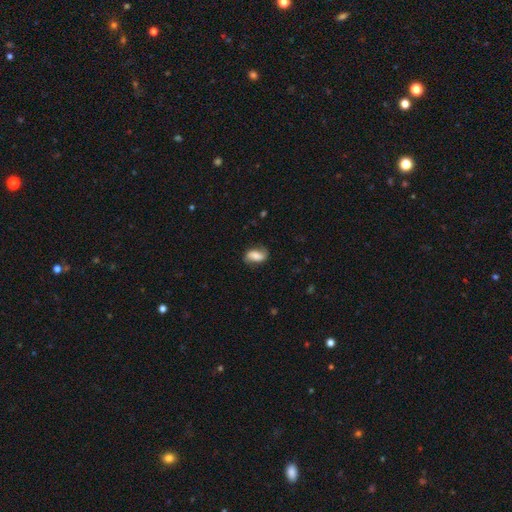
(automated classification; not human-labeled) The model was most divided on "smooth or featured": smooth: 57%, featured or disk: 35%, star or artifact: 9%. More confident: how rounded — in between (88%); merging — none (70%).